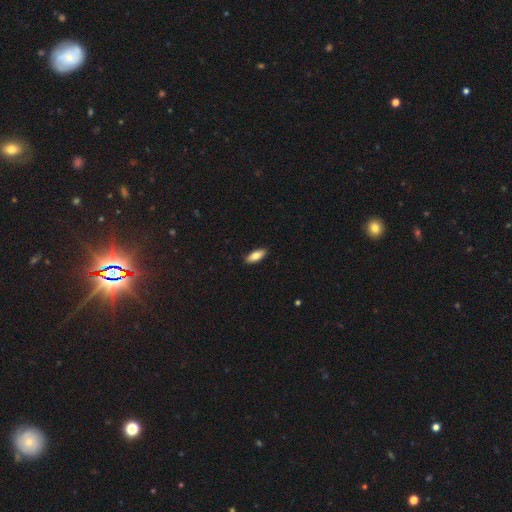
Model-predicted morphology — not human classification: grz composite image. It shows a smooth galaxy with no disk features (81%) that is in between round and cigar-shaped (78%). Merging: none (89%).